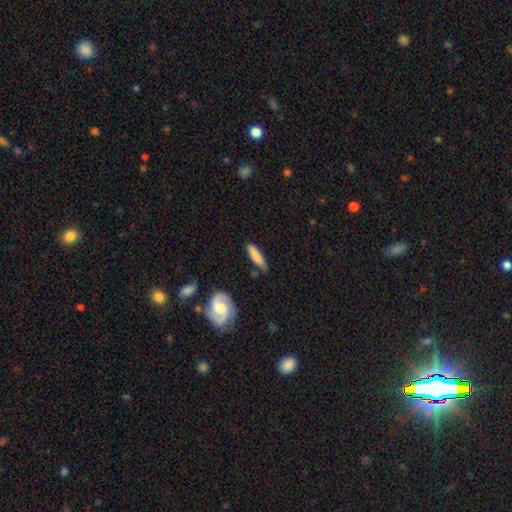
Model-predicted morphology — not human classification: Smooth or featured? smooth (74%)
How rounded? cigar-shaped (70%)
Merging? none (72%)